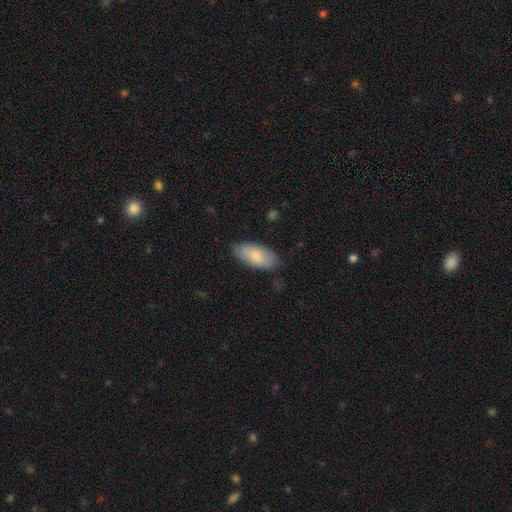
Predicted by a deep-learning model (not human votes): smooth_or_featured: smooth (p=0.80) [alt: featured or disk p=0.14]
how_rounded: in between (p=0.92) [alt: cigar-shaped p=0.06]
merging: none (p=0.80) [alt: minor disturbance p=0.16]